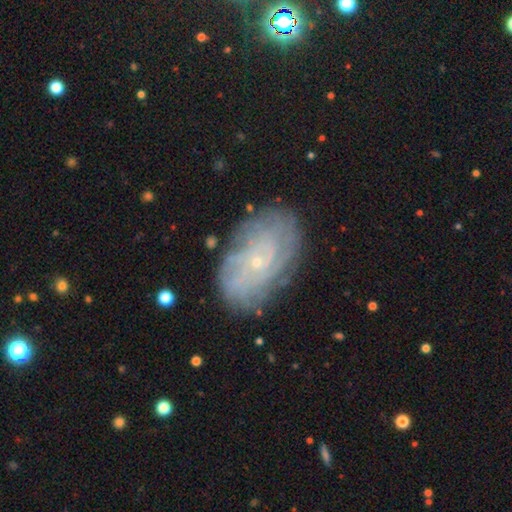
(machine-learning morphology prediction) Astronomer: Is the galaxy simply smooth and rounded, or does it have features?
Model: featured or disk — 70%.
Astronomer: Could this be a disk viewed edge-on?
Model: no — 94%.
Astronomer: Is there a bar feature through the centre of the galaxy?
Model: no — 77%.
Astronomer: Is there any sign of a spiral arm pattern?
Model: yes — 87%.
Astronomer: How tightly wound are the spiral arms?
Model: tight — 71%.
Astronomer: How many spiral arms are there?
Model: can't tell — 54%.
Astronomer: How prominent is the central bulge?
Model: small — 88%.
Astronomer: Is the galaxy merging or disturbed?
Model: none — 81%.